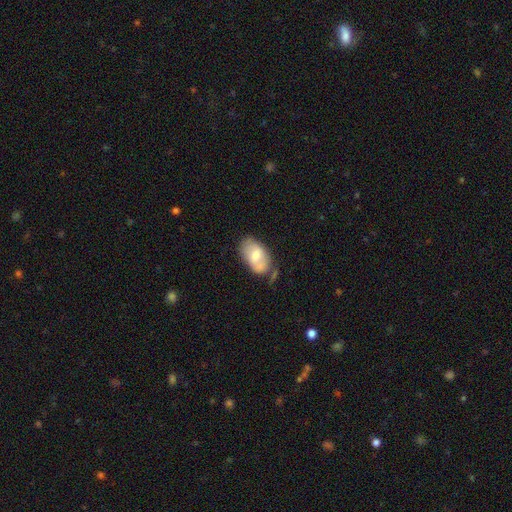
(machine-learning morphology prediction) Overall: smooth (65%; featured or disk 29%). How rounded: in between (93%). Merging: none (50%; minor disturbance 28%).